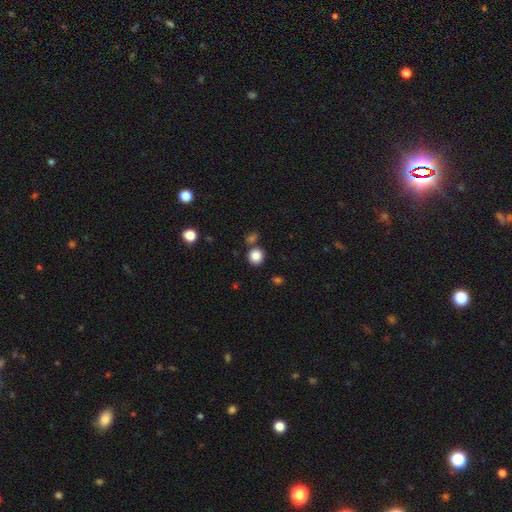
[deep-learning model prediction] Smooth or featured? Predicted: smooth (p=0.86). How rounded? Predicted: round (p=0.86). Merging? Predicted: none (p=0.77).